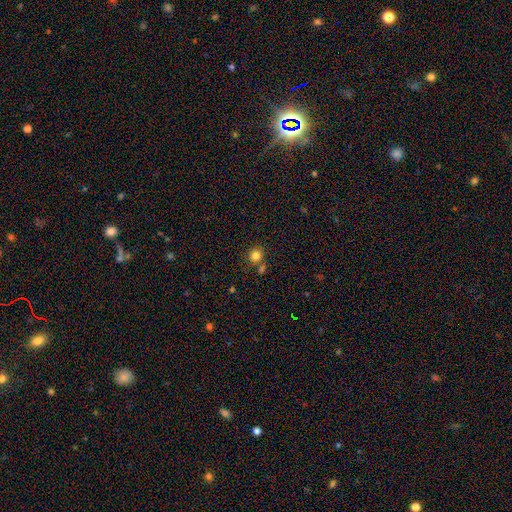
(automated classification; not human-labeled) Q: Smooth or featured?
A: smooth (82%); runner-up: star or artifact (12%)
Q: How rounded?
A: round (86%); runner-up: in between (13%)
Q: Merging?
A: none (69%); runner-up: merger (17%)